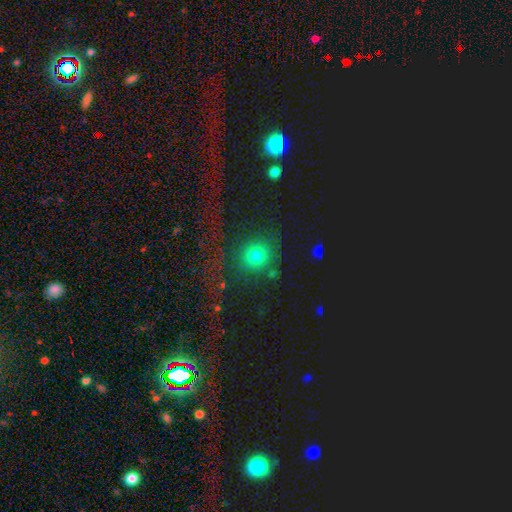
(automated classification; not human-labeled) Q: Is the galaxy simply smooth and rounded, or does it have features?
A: smooth — 73%.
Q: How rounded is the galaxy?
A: round — 84%.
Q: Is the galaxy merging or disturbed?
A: none — 68%.